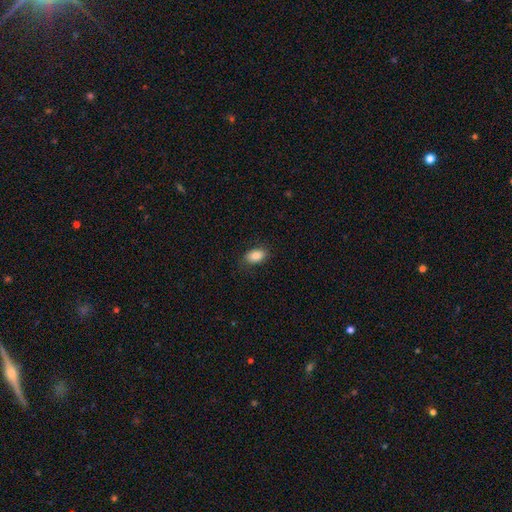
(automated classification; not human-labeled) This is clearly a smooth galaxy (87%). How rounded: clearly in between (90%). Merging: clearly none (82%).